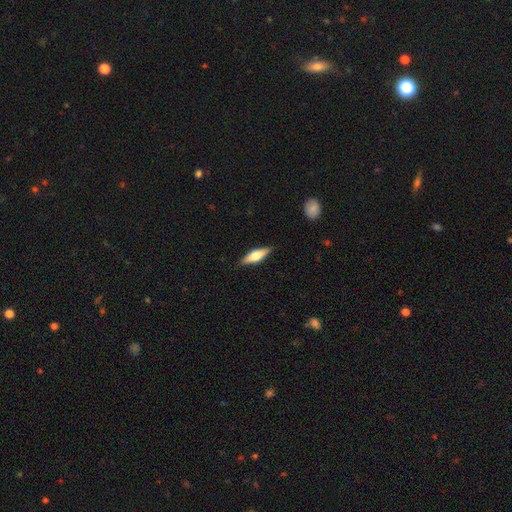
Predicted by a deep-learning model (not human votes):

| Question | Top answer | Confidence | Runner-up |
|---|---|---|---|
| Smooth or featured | smooth | 47% | tied: featured or disk (47%) |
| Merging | none | 88% | minor disturbance (9%) |